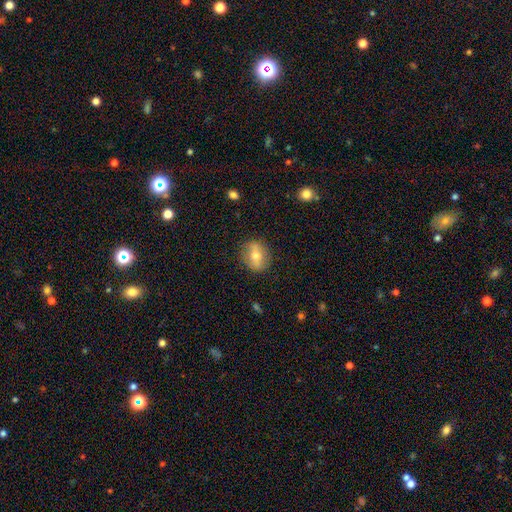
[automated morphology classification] Smooth or featured?
  - featured or disk: 46% *
  - smooth: 45%
  - star or artifact: 9%
Merging?
  - none: 86% *
  - minor disturbance: 10%
  - major disturbance: 3%
  - merger: 1%